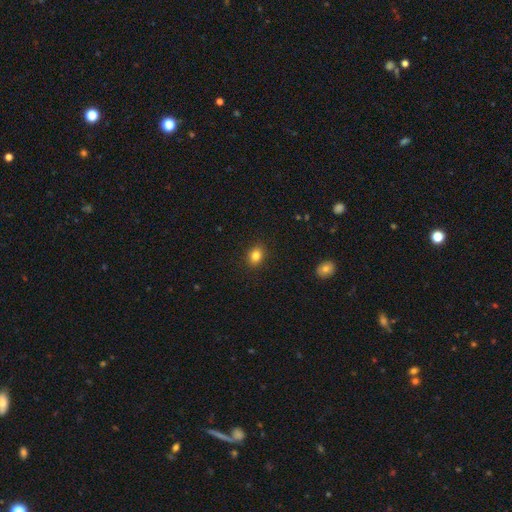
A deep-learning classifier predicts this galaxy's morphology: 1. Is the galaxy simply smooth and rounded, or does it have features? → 83% smooth, 11% star or artifact, 7% featured or disk.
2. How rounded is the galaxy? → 57% in between, 42% round, 1% cigar-shaped.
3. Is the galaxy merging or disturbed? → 89% none, 8% minor disturbance, 2% major disturbance, 1% merger.